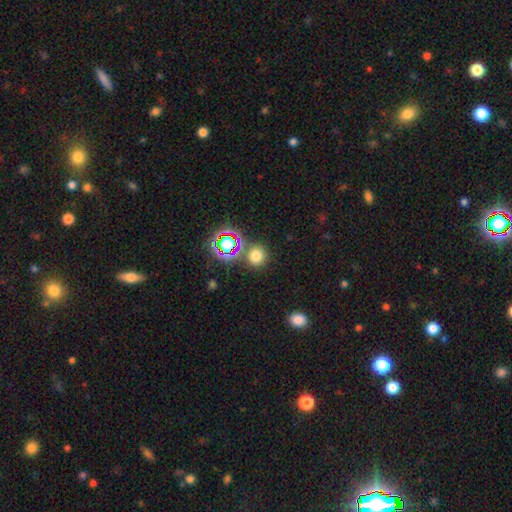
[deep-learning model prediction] The model was most divided on "smooth or featured": smooth: 68%, star or artifact: 25%, featured or disk: 6%. More confident: how rounded — round (88%); merging — none (80%).